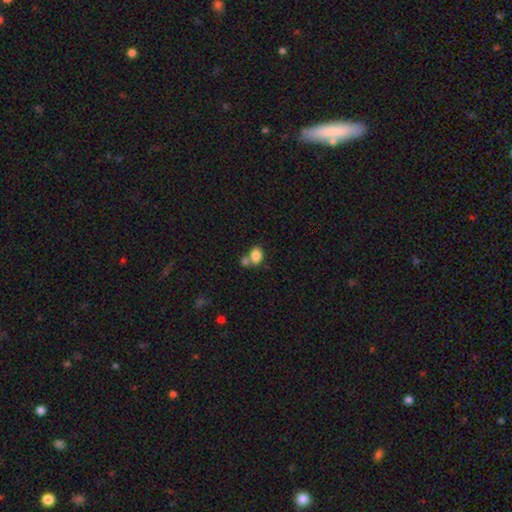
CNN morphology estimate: Overall: smooth (83%). How rounded: in between (65%; round 34%). Merging: merger (43%; none 41%).